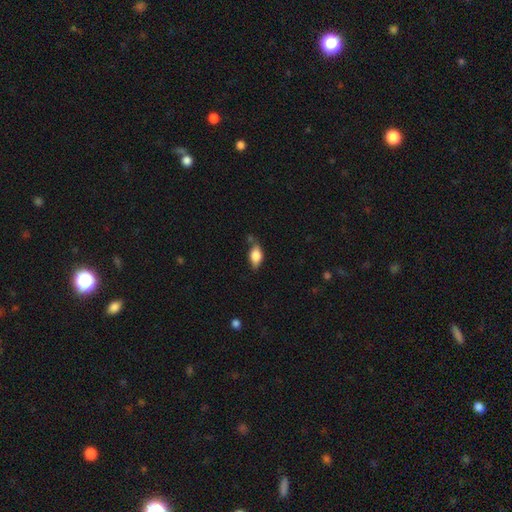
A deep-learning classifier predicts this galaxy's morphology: Smooth or featured: smooth — 77% (featured or disk — 16%)
How rounded: in between — 87% (cigar-shaped — 7%)
Merging: none — 65% (minor disturbance — 24%)